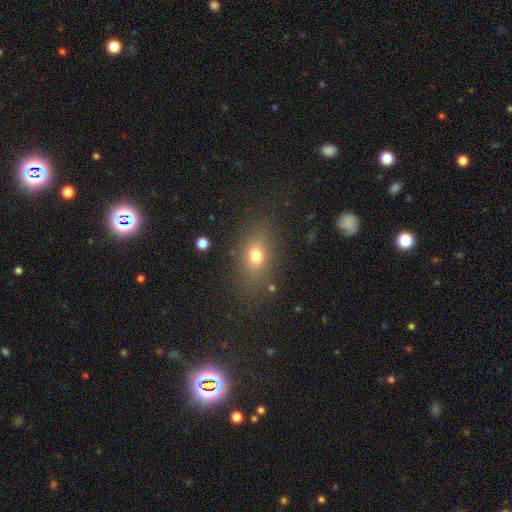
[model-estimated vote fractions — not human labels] The model was most divided on "how rounded": in between: 68%, round: 25%, cigar-shaped: 6%. More confident: merging — none (80%); smooth or featured — smooth (69%).